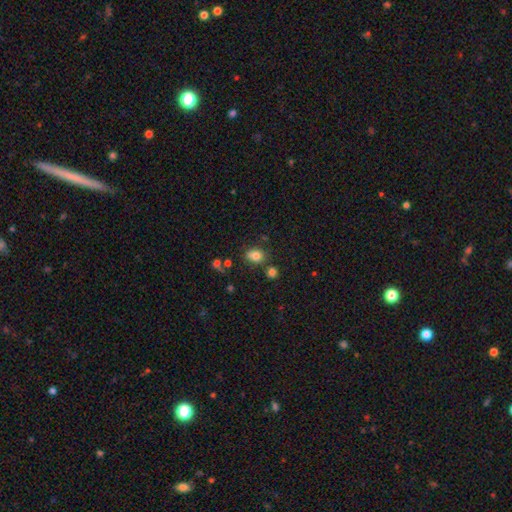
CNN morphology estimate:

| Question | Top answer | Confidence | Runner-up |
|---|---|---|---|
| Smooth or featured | smooth | 81% | star or artifact (12%) |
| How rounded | in between | 62% | round (37%) |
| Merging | none | 70% | minor disturbance (15%) |